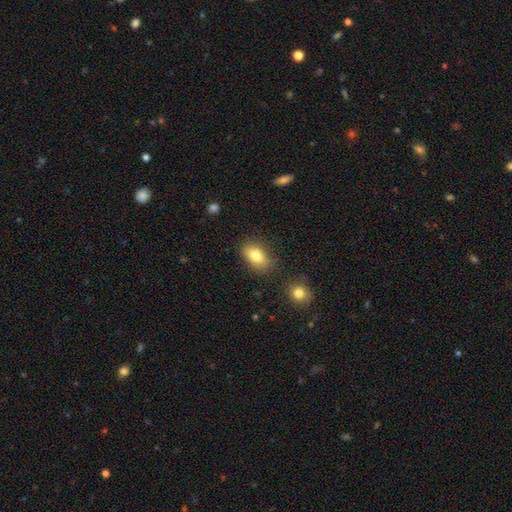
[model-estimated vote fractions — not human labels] Overall: smooth (81%). How rounded: in between (87%). Merging: none (75%).